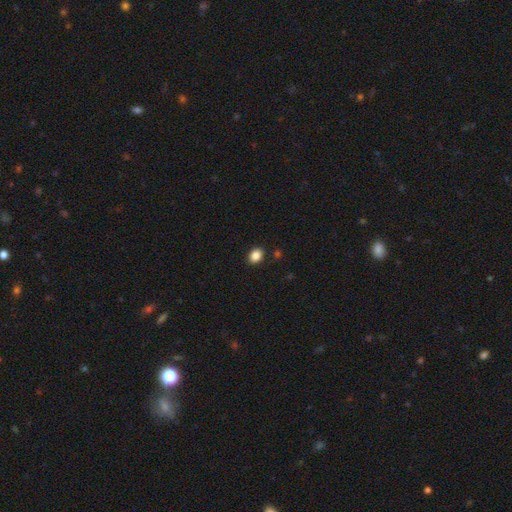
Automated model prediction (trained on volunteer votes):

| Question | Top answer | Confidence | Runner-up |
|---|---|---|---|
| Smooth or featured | smooth | 87% | star or artifact (9%) |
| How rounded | in between | 69% | round (30%) |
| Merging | none | 88% | minor disturbance (8%) |